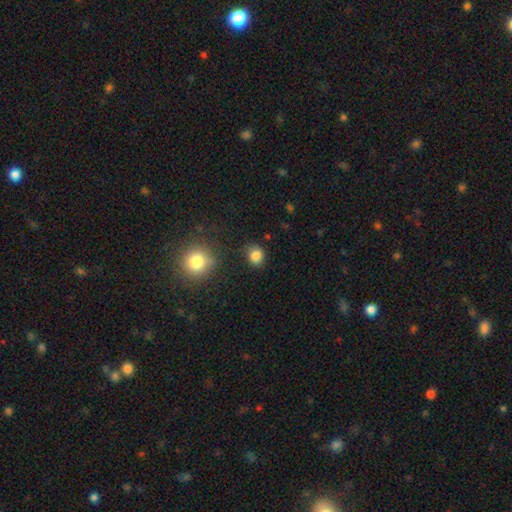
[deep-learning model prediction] Q: Smooth or featured?
A: smooth (84%); runner-up: star or artifact (12%)
Q: How rounded?
A: round (75%); runner-up: in between (24%)
Q: Merging?
A: none (81%); runner-up: minor disturbance (13%)